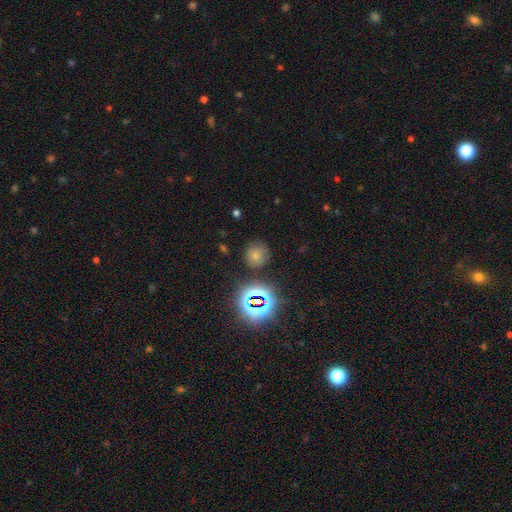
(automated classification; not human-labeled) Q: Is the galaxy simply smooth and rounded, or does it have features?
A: smooth — 63%.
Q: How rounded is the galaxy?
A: round — 86%.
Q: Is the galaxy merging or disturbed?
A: none — 78%.